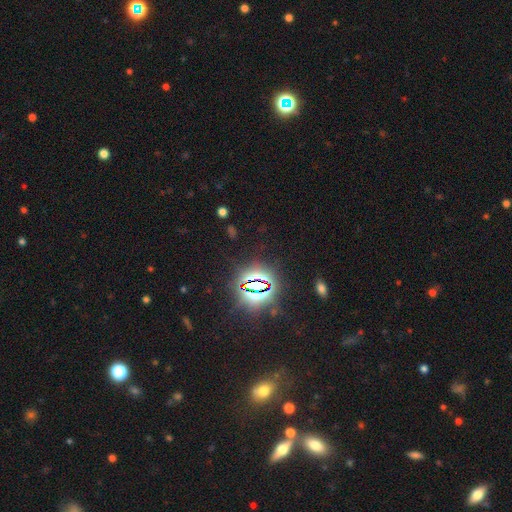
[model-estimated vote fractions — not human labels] This appears to be a star or artifact, not a galaxy (80%).